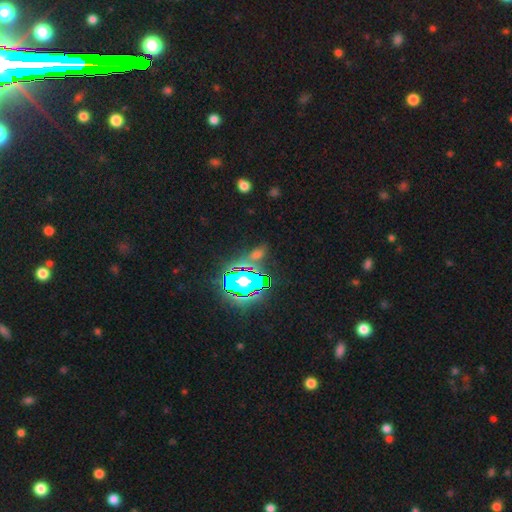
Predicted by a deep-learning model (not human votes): Overall: star or artifact (57%; smooth 27%).